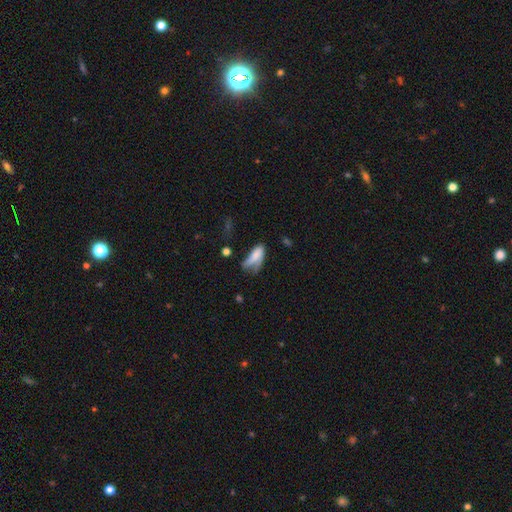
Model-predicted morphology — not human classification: This is likely a smooth galaxy (69%). How rounded: likely in between (72%). Merging: marginally major disturbance (39%).